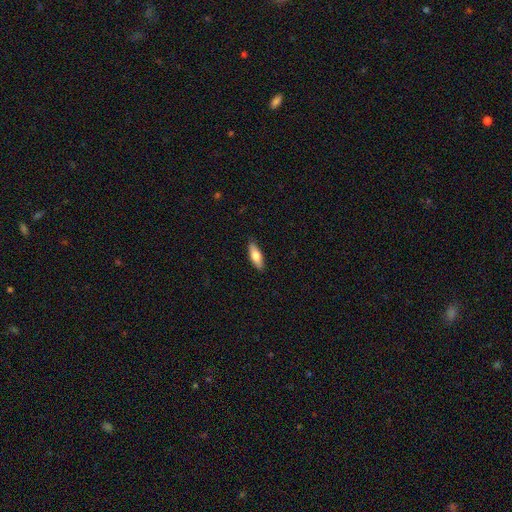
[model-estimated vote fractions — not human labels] This is likely a smooth galaxy (73%). How rounded: likely in between (61%). Merging: clearly none (89%).